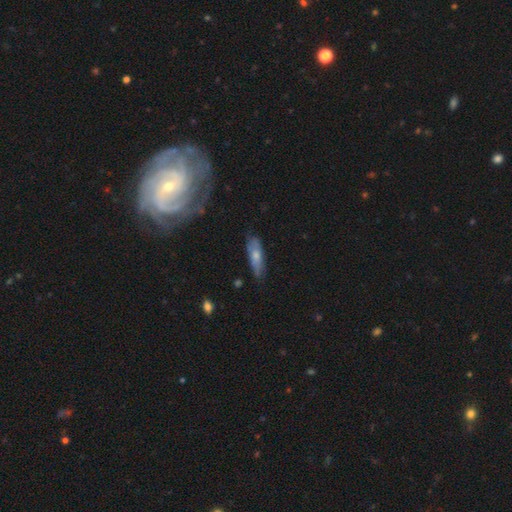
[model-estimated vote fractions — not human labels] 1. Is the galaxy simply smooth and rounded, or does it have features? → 59% smooth, 34% featured or disk, 7% star or artifact.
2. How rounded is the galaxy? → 50% cigar-shaped, 47% in between, 2% round.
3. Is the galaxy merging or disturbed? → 69% none, 24% minor disturbance, 5% major disturbance, 2% merger.